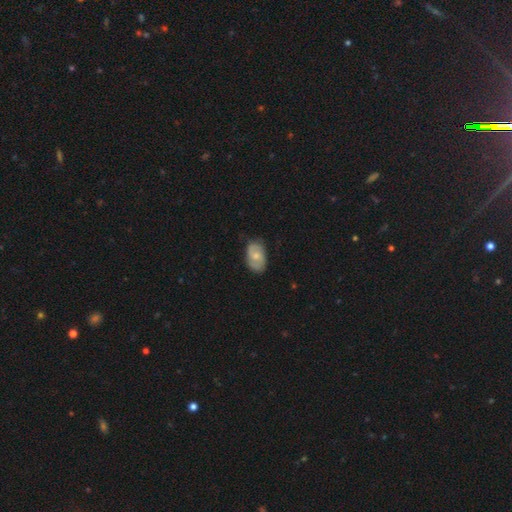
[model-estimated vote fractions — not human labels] Smooth or featured? featured or disk (52%)
Edge-on disk? no (96%)
Merging? none (73%)